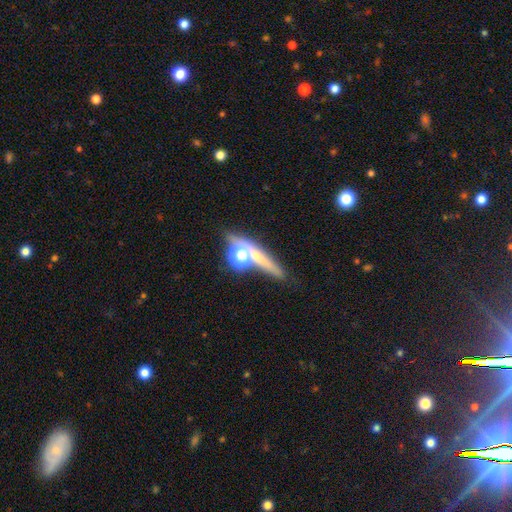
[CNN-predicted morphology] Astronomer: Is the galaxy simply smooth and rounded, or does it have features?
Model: featured or disk — 40% (runner-up: smooth, 36%).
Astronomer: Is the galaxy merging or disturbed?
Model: none — 47% (runner-up: merger, 27%).